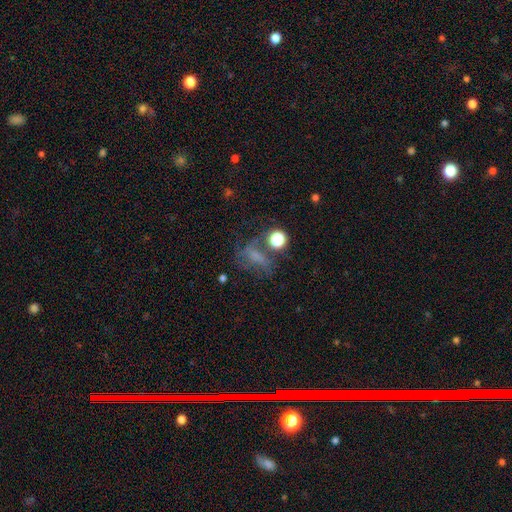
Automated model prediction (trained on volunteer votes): Overall: smooth (43%; featured or disk 33%). Merging: none (39%; major disturbance 30%).